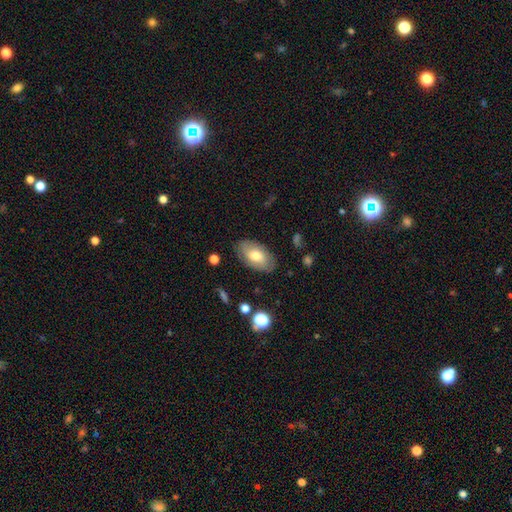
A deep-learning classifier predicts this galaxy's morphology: Smooth or featured?
  - smooth: 65% *
  - featured or disk: 28%
  - star or artifact: 7%
How rounded?
  - in between: 94% *
  - round: 5%
  - cigar-shaped: 2%
Merging?
  - none: 82% *
  - minor disturbance: 13%
  - major disturbance: 3%
  - merger: 1%